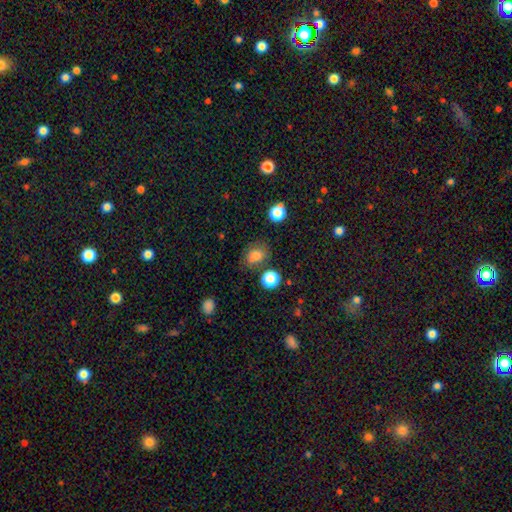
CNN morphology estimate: type=smooth (77%); roundness=in between (55%); merging=none (66%).